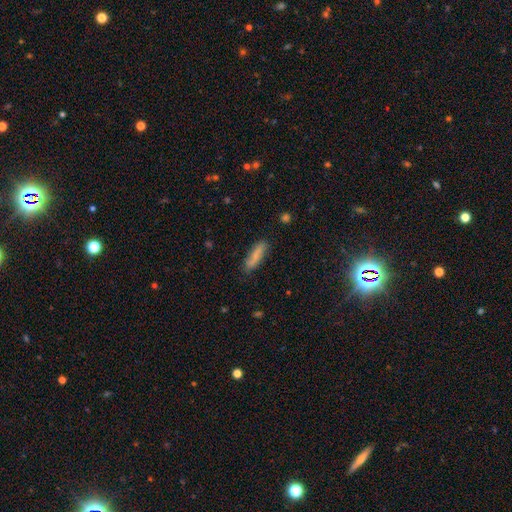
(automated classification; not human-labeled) A smooth galaxy with no disk features (71%) that is cigar-shaped (61%). Merging: none (80%).